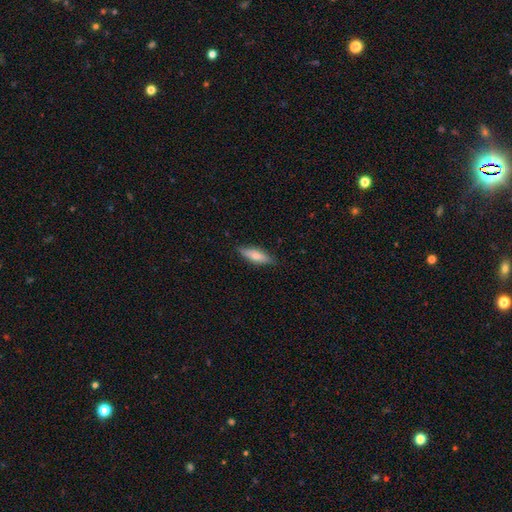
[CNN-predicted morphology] Smooth or featured?
  - smooth: 69% *
  - featured or disk: 25%
  - star or artifact: 6%
How rounded?
  - cigar-shaped: 54% *
  - in between: 44%
  - round: 2%
Merging?
  - none: 86% *
  - minor disturbance: 11%
  - major disturbance: 2%
  - merger: 1%